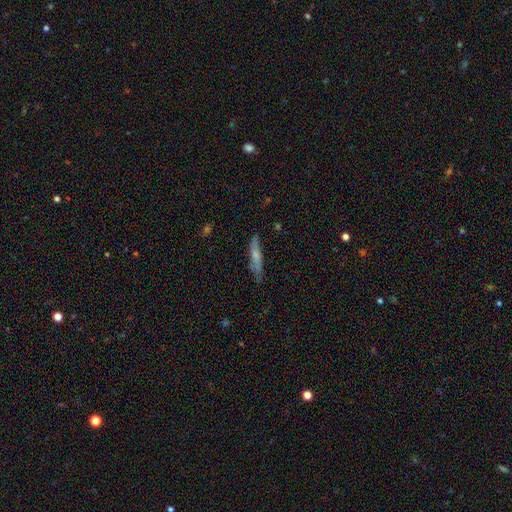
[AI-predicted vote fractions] smooth 52%, featured or disk 41%, star or artifact 7%. Down the decision tree: how rounded — cigar-shaped (89%); merging — none (74%).